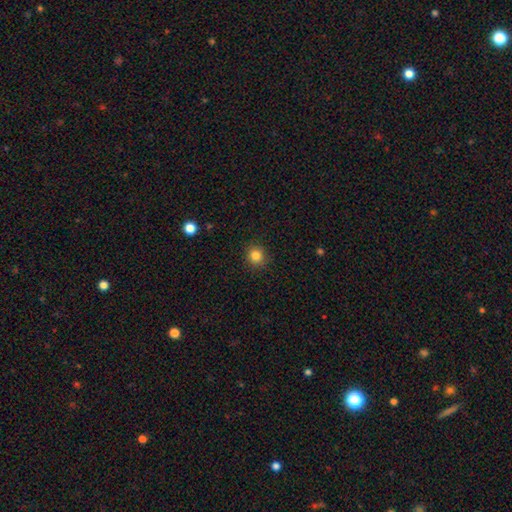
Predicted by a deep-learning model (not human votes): Smooth or featured? smooth (83%)
How rounded? round (90%)
Merging? none (90%)